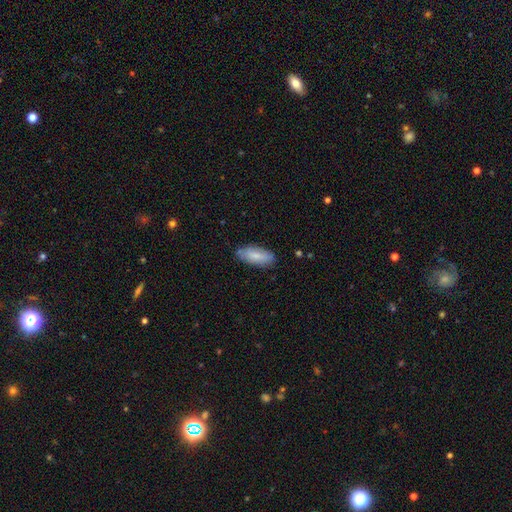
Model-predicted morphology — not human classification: This appears to be a smooth galaxy with no disk features (80%) that is in between round and cigar-shaped (83%). Merging: none (79%).